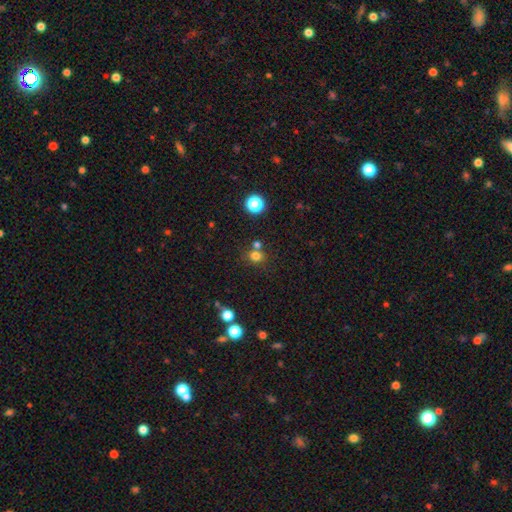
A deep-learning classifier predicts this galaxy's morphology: Smooth or featured? Predicted: smooth (p=0.75). How rounded? Predicted: round (p=0.75). Merging? Predicted: none (p=0.62).